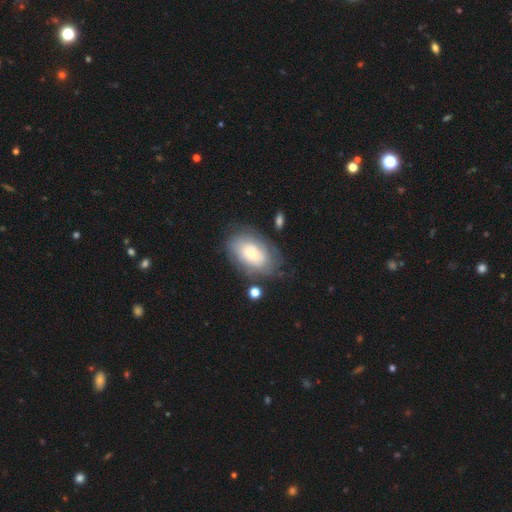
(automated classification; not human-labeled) Overall: smooth (53%; featured or disk 39%). How rounded: in between (89%). Merging: none (67%).